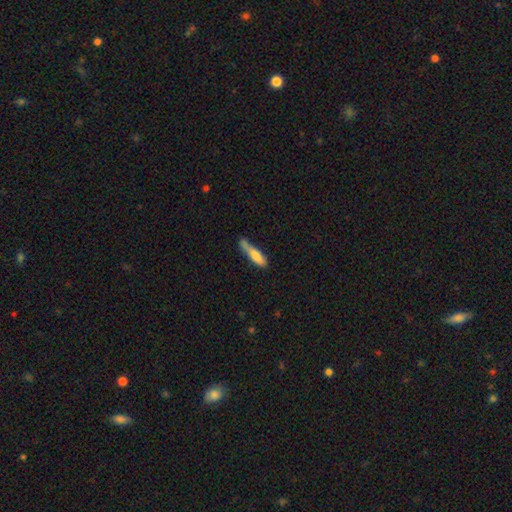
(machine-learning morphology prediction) This is likely a smooth galaxy (73%). How rounded: likely cigar-shaped (73%). Merging: marginally none (38%).